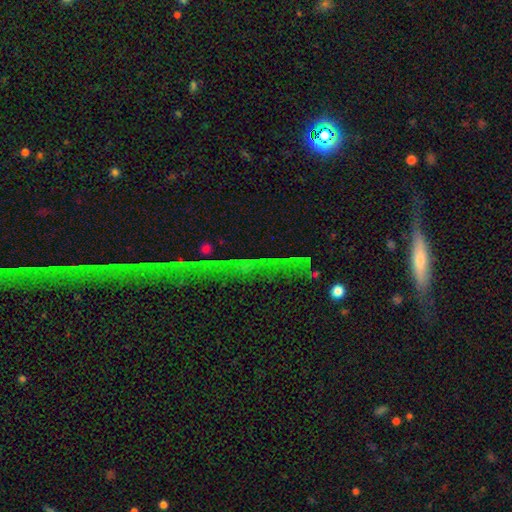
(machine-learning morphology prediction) smooth-or-featured: star or artifact: 67% | featured or disk: 18% | smooth: 16%